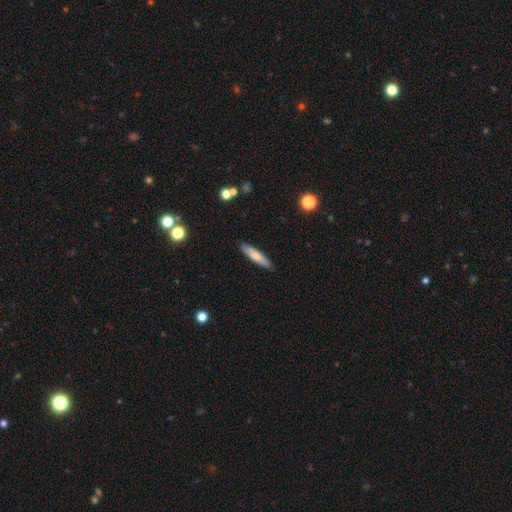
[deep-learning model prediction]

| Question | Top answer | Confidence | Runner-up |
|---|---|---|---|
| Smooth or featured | smooth | 70% | featured or disk (24%) |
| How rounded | cigar-shaped | 82% | in between (17%) |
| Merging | none | 87% | minor disturbance (10%) |